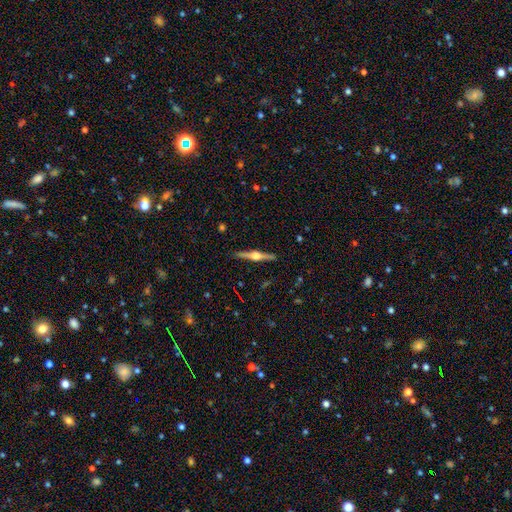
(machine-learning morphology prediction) type=featured or disk (81%); edge-on=yes (98%); edge-on bulge=rounded (93%); merging=none (91%).